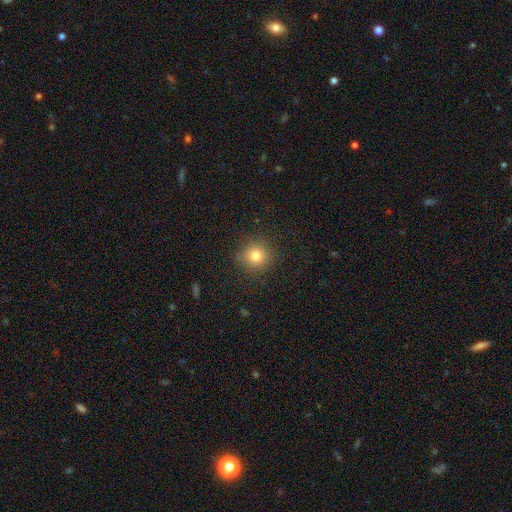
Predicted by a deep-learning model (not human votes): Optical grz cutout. It shows a smooth galaxy with no disk features (79%) that is round (92%). Merging: none (87%).